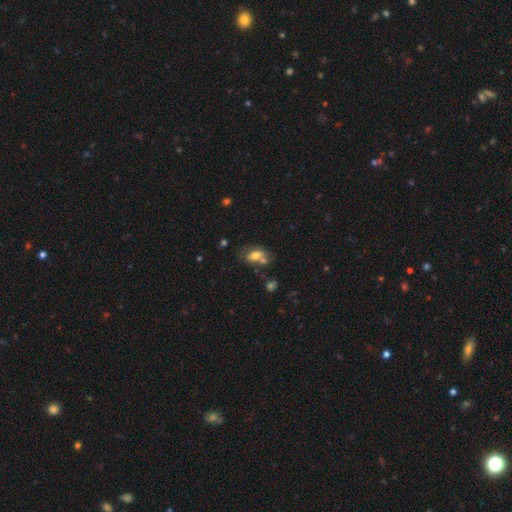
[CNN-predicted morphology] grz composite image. It shows a smooth galaxy with no disk features (63%) that is in between round and cigar-shaped (83%). Merging: none (36%).